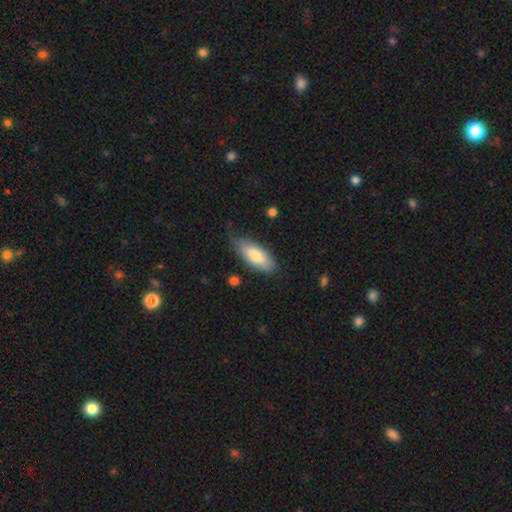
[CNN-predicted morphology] Smooth or featured: smooth — 78% (featured or disk — 17%)
How rounded: in between — 81% (cigar-shaped — 17%)
Merging: none — 62% (minor disturbance — 29%)